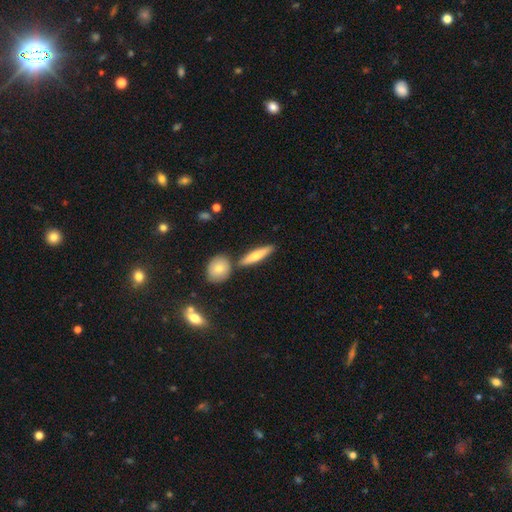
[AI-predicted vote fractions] Q: Smooth or featured?
A: smooth (59%); runner-up: featured or disk (34%)
Q: How rounded?
A: cigar-shaped (78%); runner-up: in between (18%)
Q: Merging?
A: none (79%); runner-up: merger (10%)